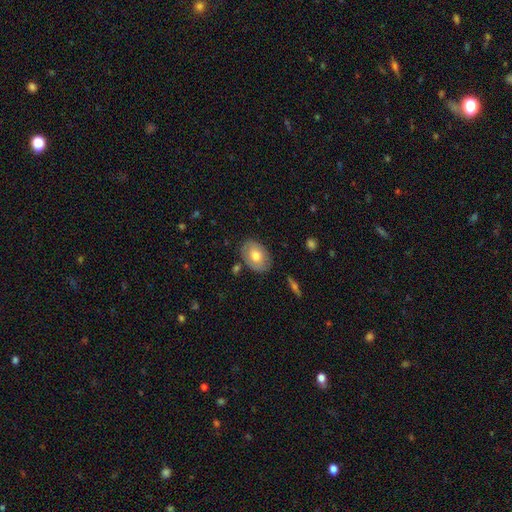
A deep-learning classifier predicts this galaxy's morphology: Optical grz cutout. It shows a smooth galaxy with no disk features (65%) that is in between round and cigar-shaped (82%). Merging: none (80%).